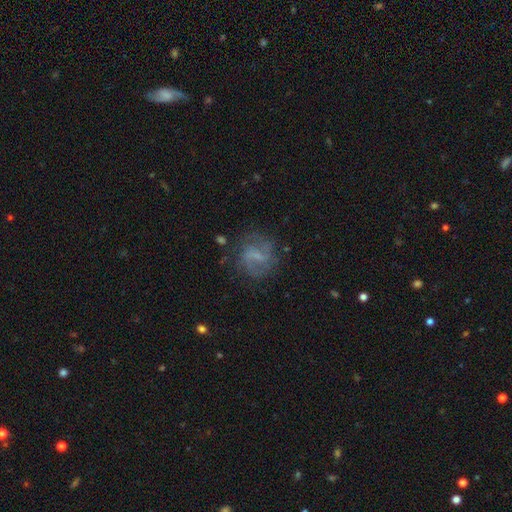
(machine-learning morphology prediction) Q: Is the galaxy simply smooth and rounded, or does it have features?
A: featured or disk — 71%.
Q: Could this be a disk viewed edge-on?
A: no — 97%.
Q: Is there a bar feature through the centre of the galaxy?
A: weak — 53%.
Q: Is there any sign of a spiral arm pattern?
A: yes — 88%.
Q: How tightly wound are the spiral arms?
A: medium — 48%.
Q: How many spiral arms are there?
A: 2 — 79%.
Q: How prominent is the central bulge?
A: none — 42%.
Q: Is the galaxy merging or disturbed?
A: none — 71%.